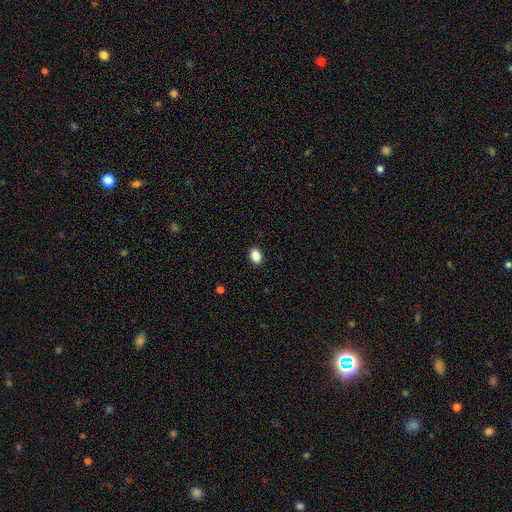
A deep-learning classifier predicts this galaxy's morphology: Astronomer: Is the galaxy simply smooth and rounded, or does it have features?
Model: smooth — 89%.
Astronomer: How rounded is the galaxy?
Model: in between — 83%.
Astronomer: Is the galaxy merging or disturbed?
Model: none — 90%.